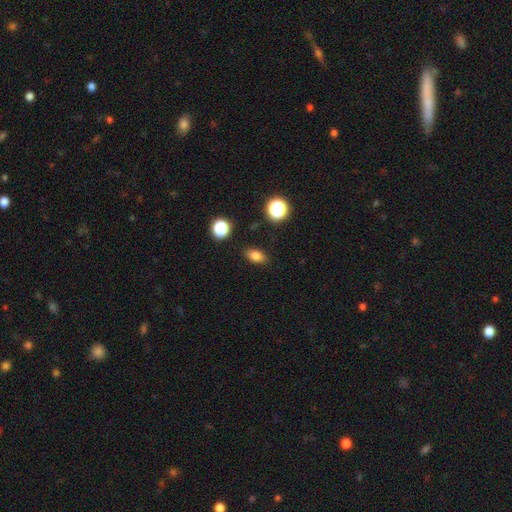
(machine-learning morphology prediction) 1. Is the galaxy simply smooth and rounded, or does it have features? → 80% smooth, 13% star or artifact, 7% featured or disk.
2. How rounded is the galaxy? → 81% in between, 16% round, 4% cigar-shaped.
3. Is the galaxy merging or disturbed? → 86% none, 10% minor disturbance, 3% major disturbance, 2% merger.